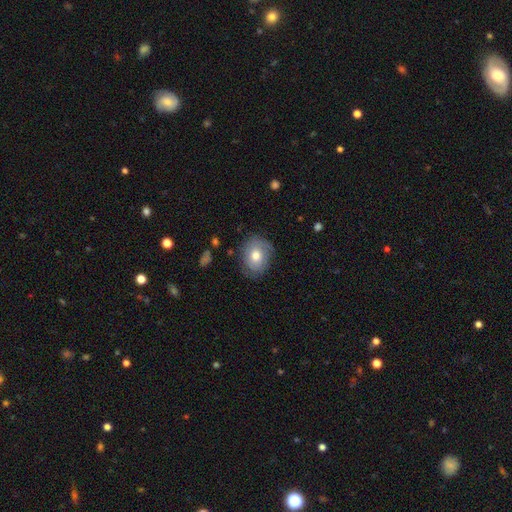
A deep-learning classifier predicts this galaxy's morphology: Overall: smooth (66%; featured or disk 27%). How rounded: round (58%; in between 41%). Merging: none (73%).